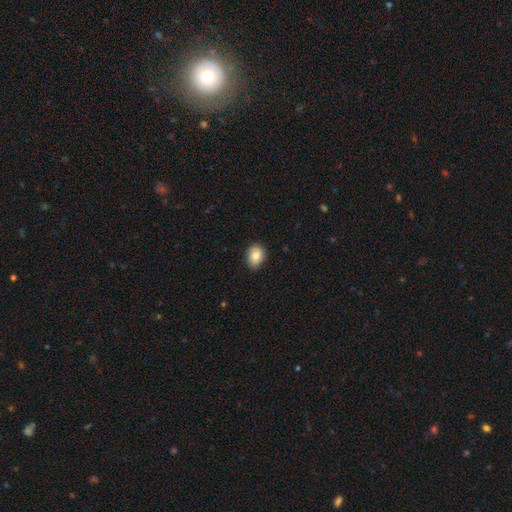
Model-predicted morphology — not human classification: Overall: smooth (83%). How rounded: in between (55%; round 44%). Merging: none (83%).